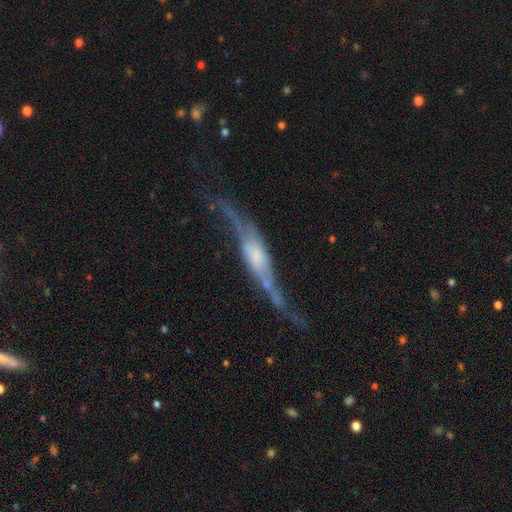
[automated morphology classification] Smooth or featured? featured or disk (78%)
Edge-on disk? yes (72%)
Edge-on bulge? rounded (48%)
Merging? none (46%)